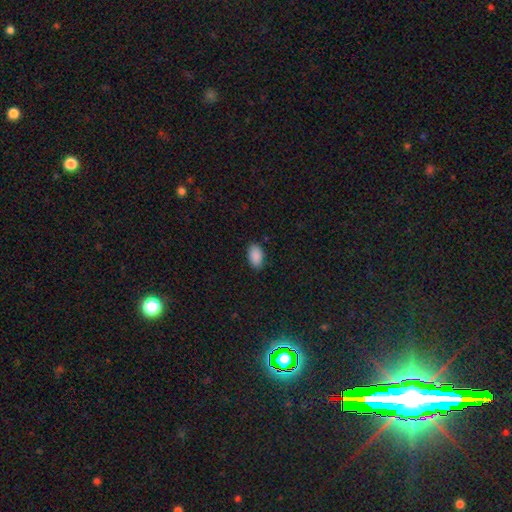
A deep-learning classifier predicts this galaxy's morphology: A smooth galaxy with no disk features (90%) that is in between round and cigar-shaped (93%). Merging: none (87%).